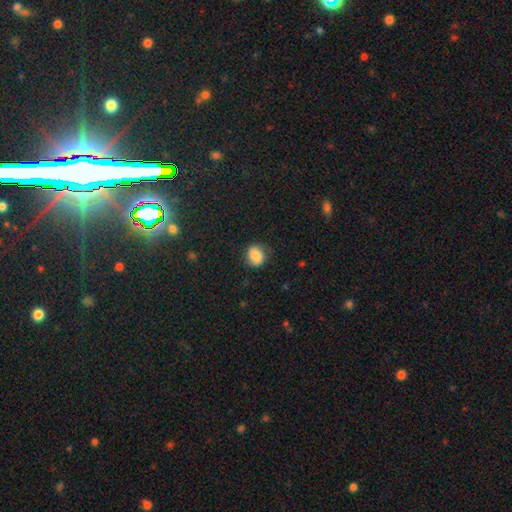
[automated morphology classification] Q: Smooth or featured?
A: smooth (75%); runner-up: featured or disk (16%)
Q: How rounded?
A: round (66%); runner-up: in between (33%)
Q: Merging?
A: none (73%); runner-up: minor disturbance (19%)